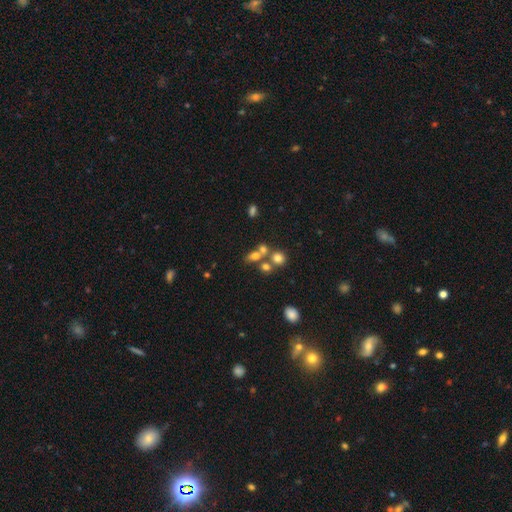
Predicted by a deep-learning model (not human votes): smooth_or_featured: smooth (p=0.65) [alt: star or artifact p=0.18]
how_rounded: in between (p=0.57) [alt: round p=0.38]
merging: merger (p=0.42) [alt: none p=0.41]